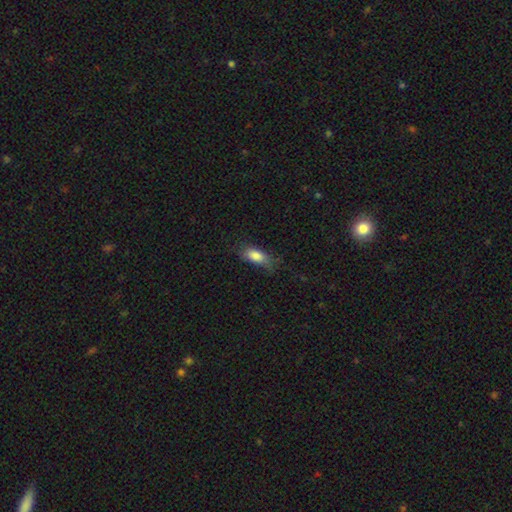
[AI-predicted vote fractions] The model was most divided on "merging": none: 57%, minor disturbance: 29%, major disturbance: 12%, merger: 2%. More confident: how rounded — in between (83%); smooth or featured — smooth (82%).